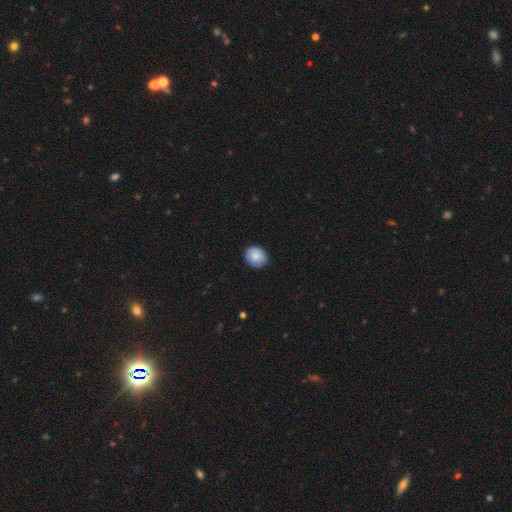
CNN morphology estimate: Smooth or featured?
  - smooth: 79% *
  - featured or disk: 14%
  - star or artifact: 7%
How rounded?
  - round: 70% *
  - in between: 29%
  - cigar-shaped: 1%
Merging?
  - none: 85% *
  - minor disturbance: 12%
  - major disturbance: 2%
  - merger: 1%